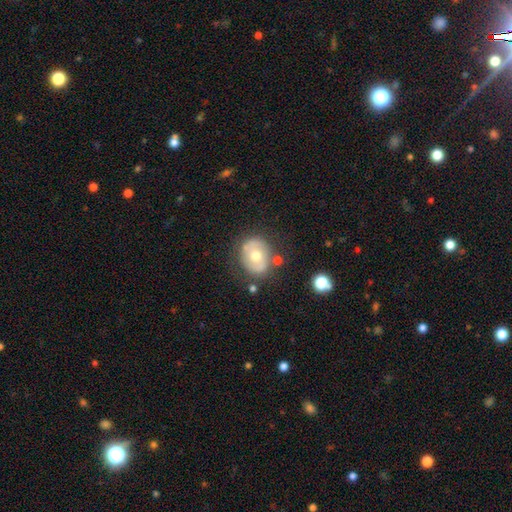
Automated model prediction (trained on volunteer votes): Smooth or featured? Predicted: featured or disk (p=0.46, tied with smooth). Merging? Predicted: none (p=0.74).